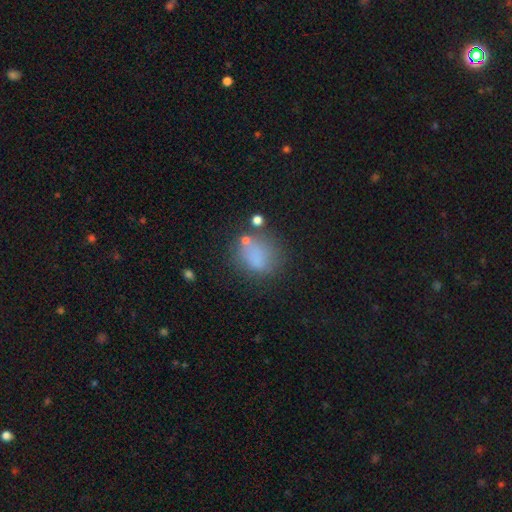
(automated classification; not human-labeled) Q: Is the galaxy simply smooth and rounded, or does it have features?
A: smooth — 74%.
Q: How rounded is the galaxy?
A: round — 59%.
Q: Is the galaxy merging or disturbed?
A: none — 57%.